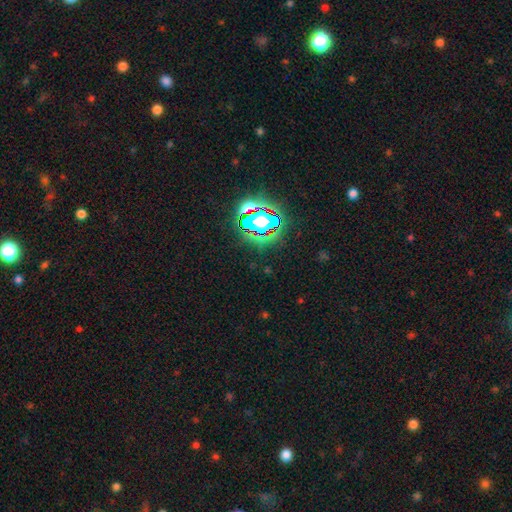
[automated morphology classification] type=star or artifact (80%).